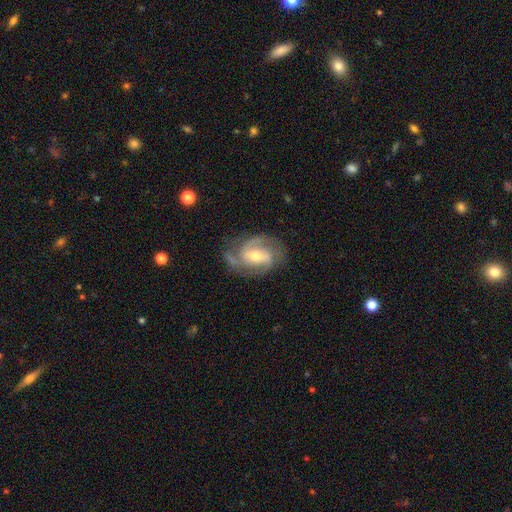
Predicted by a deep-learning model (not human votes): A featured or disk galaxy (86%) with a weak bar (43%), 2 (45%) medium (50%) spiral arms (96%) and a moderate central bulge (57%). Merging: none (68%).